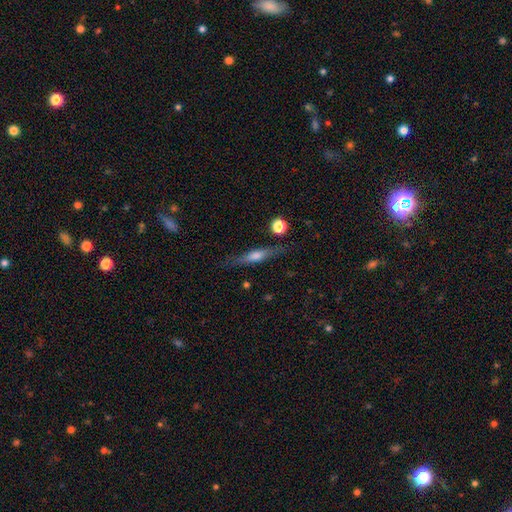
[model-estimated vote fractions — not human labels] smooth_or_featured: featured or disk (p=0.52) [alt: smooth p=0.40]
disk_edge_on: yes (p=0.91) [alt: no p=0.09]
merging: none (p=0.80) [alt: minor disturbance p=0.13]